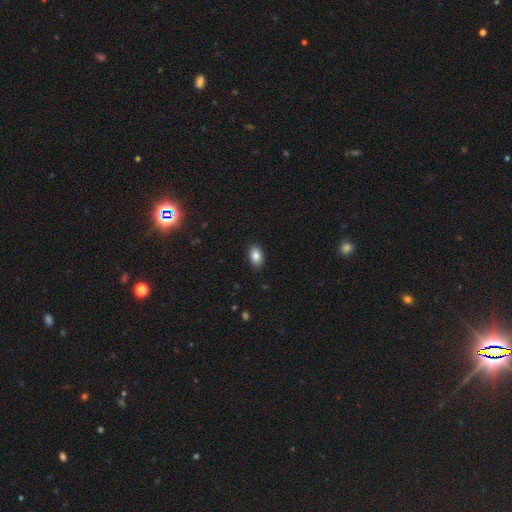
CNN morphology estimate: Overall: smooth (86%). How rounded: in between (90%). Merging: none (89%).